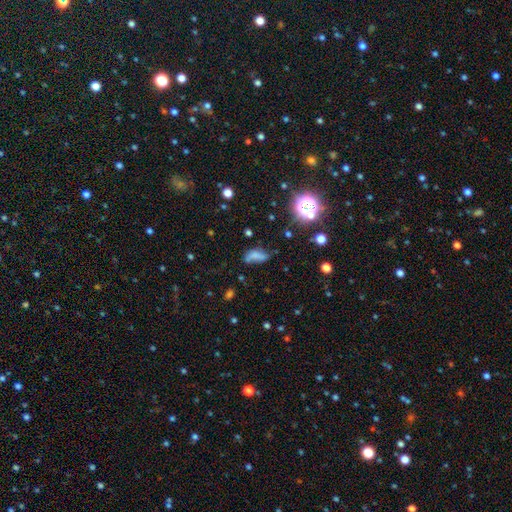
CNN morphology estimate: The model was most divided on "merging": none: 40%, minor disturbance: 30%, major disturbance: 20%, merger: 9%. More confident: how rounded — in between (80%); smooth or featured — smooth (59%).